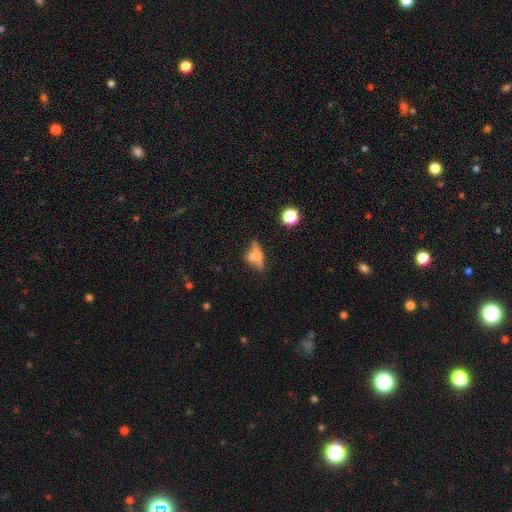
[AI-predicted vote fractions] smooth-or-featured: smooth: 49% | featured or disk: 38% | star or artifact: 13%
  merging: none: 44% | merger: 26% | minor disturbance: 18% | major disturbance: 12%